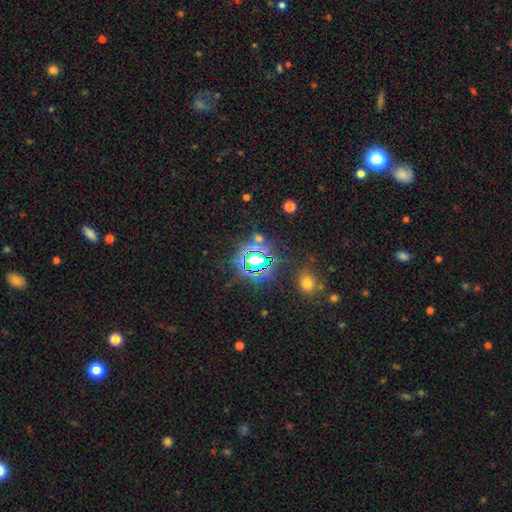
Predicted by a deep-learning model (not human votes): smooth-or-featured: star or artifact: 77% | smooth: 15% | featured or disk: 8%